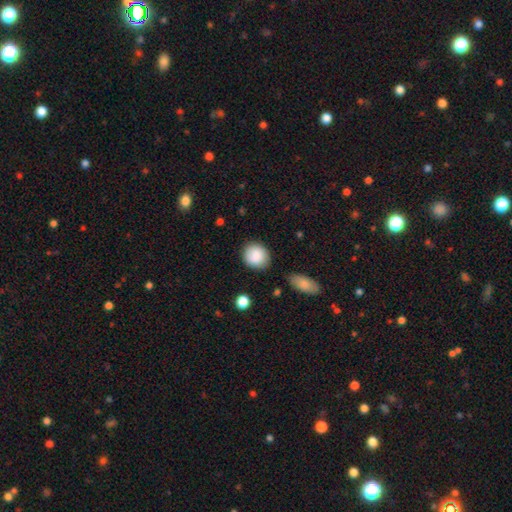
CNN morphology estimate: This appears to be a smooth galaxy with no disk features (88%) that is round (81%). Merging: none (83%).